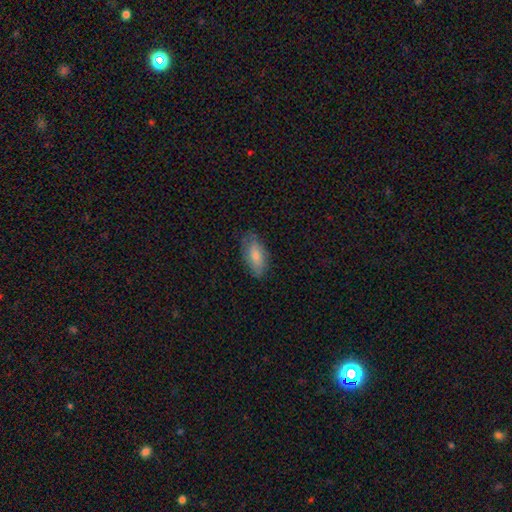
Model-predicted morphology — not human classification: Smooth or featured? Predicted: smooth (p=0.73). How rounded? Predicted: in between (p=0.85). Merging? Predicted: none (p=0.74).